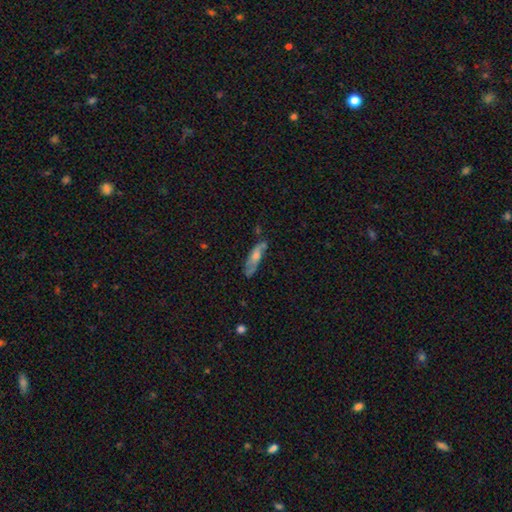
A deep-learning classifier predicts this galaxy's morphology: Q: Smooth or featured?
A: featured or disk (47%); runner-up: smooth (45%)
Q: Merging?
A: none (66%); runner-up: minor disturbance (23%)